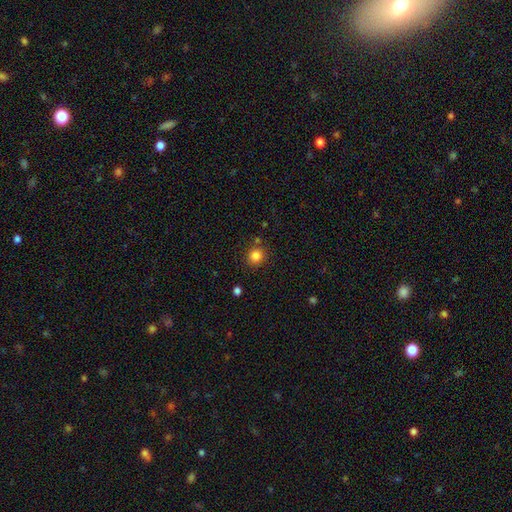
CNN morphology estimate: smooth 84%, star or artifact 12%, featured or disk 5%. Down the decision tree: how rounded — round (87%); merging — none (83%).